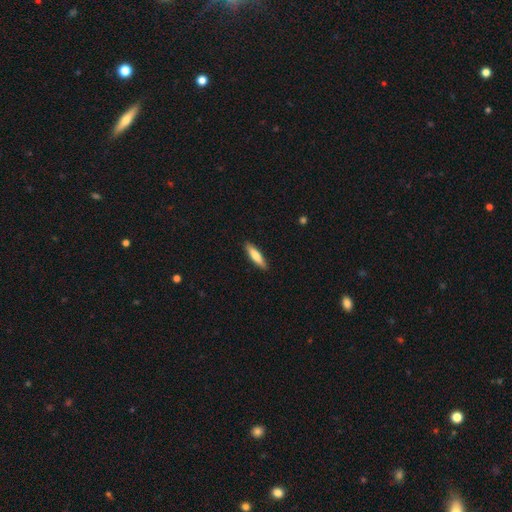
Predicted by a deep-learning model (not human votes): Smooth or featured?
  - smooth: 77% *
  - featured or disk: 18%
  - star or artifact: 5%
How rounded?
  - cigar-shaped: 74% *
  - in between: 24%
  - round: 1%
Merging?
  - none: 90% *
  - minor disturbance: 8%
  - major disturbance: 2%
  - merger: 1%